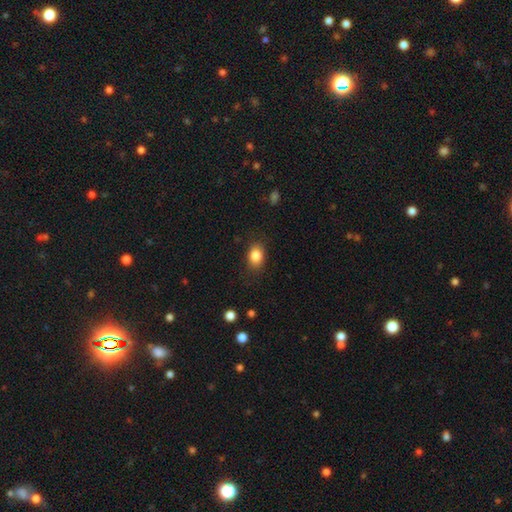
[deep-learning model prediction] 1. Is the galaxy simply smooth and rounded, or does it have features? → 84% smooth, 9% star or artifact, 7% featured or disk.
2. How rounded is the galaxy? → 70% in between, 29% round, 1% cigar-shaped.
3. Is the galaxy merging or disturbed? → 84% none, 12% minor disturbance, 3% major disturbance, 1% merger.